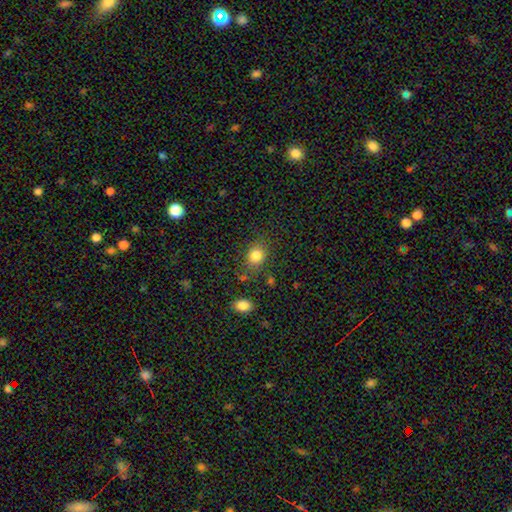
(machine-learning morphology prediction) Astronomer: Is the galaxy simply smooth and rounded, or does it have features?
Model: smooth — 83%.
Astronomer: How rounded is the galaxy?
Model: round — 61% (runner-up: in between, 38%).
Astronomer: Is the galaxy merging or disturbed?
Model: none — 75%.